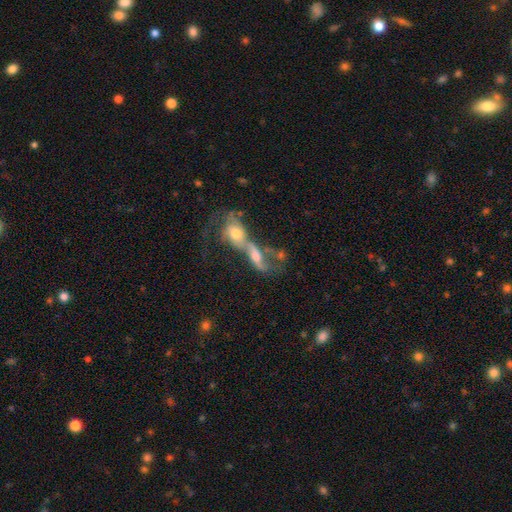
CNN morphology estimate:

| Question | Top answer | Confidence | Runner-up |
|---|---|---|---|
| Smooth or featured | featured or disk | 54% | smooth (35%) |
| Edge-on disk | no | 85% | yes (15%) |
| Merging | merger | 77% | major disturbance (10%) |